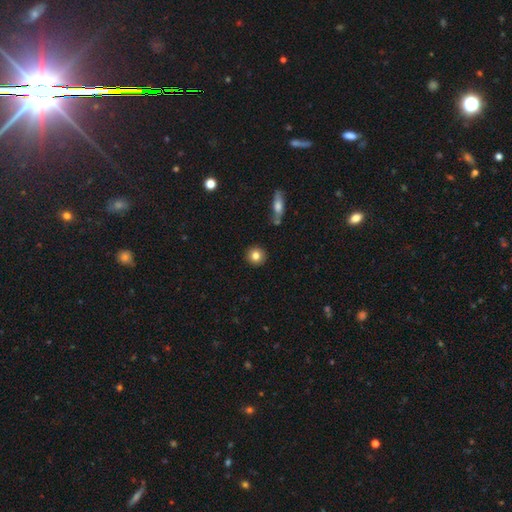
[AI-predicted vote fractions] Q: Smooth or featured?
A: smooth (82%); runner-up: star or artifact (9%)
Q: How rounded?
A: round (93%); runner-up: in between (6%)
Q: Merging?
A: none (90%); runner-up: minor disturbance (6%)